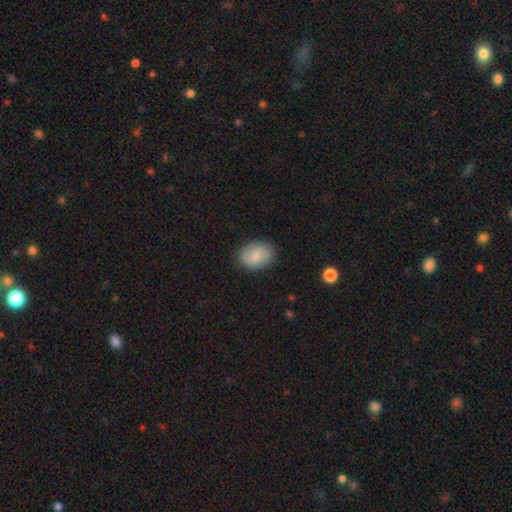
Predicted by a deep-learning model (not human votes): smooth-or-featured: smooth: 79% | featured or disk: 14% | star or artifact: 7%
  how-rounded: in between: 66% | round: 33% | cigar-shaped: 1%
  merging: none: 84% | minor disturbance: 12% | major disturbance: 3% | merger: 1%